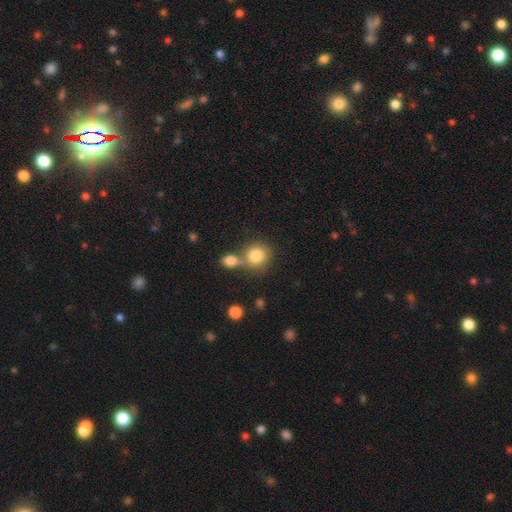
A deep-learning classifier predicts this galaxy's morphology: Smooth or featured: smooth — 82% (star or artifact — 9%)
How rounded: round — 83% (in between — 16%)
Merging: none — 49% (merger — 38%)